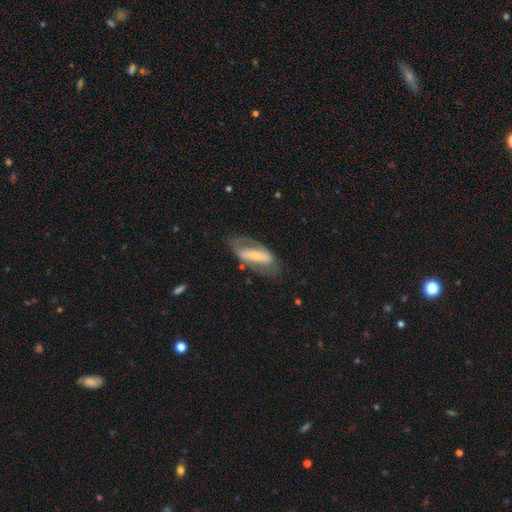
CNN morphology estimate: Q: Smooth or featured?
A: featured or disk (66%); runner-up: smooth (28%)
Q: Edge-on disk?
A: no (86%); runner-up: yes (14%)
Q: Bar?
A: strong (64%); runner-up: weak (20%)
Q: Spiral arms?
A: yes (62%); runner-up: no (38%)
Q: Bulge size?
A: small (60%); runner-up: moderate (29%)
Q: Merging?
A: none (64%); runner-up: minor disturbance (20%)